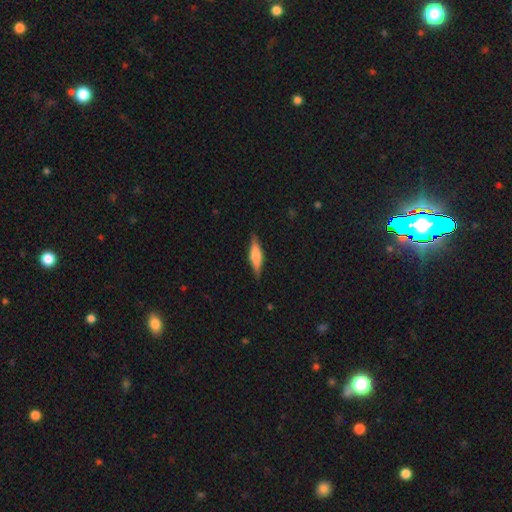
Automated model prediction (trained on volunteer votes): This is possibly a featured or disk galaxy (49%). Merging: clearly none (87%).